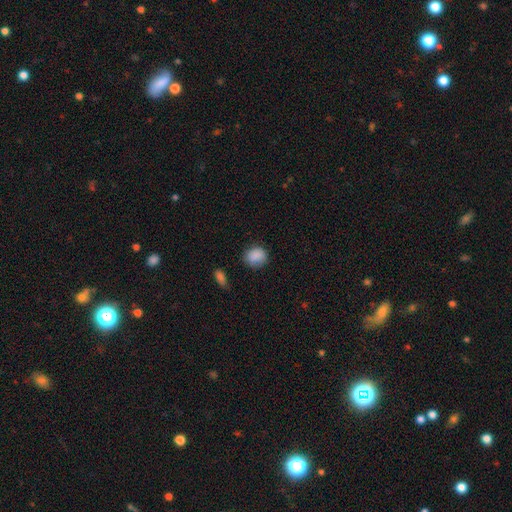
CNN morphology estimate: smooth-or-featured: smooth: 88% | star or artifact: 8% | featured or disk: 4%
  how-rounded: round: 68% | in between: 31% | cigar-shaped: 1%
  merging: none: 75% | minor disturbance: 19% | major disturbance: 4% | merger: 2%